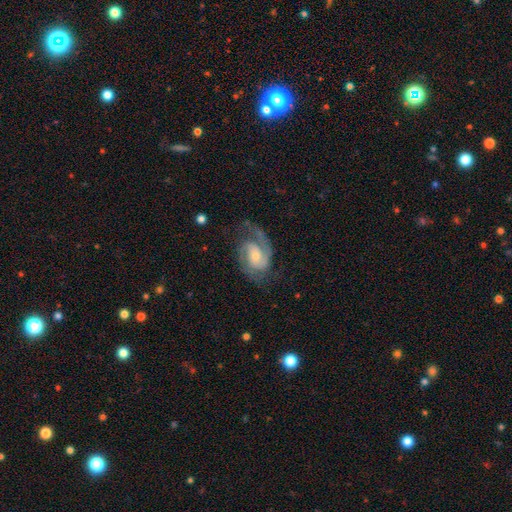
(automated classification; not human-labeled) Morphology: type=featured or disk (86%); edge-on=no (97%); bar=no (56%); spiral arms=yes (97%); winding=medium (50%); arm count=2 (76%); bulge=small (59%); merging=none (65%).